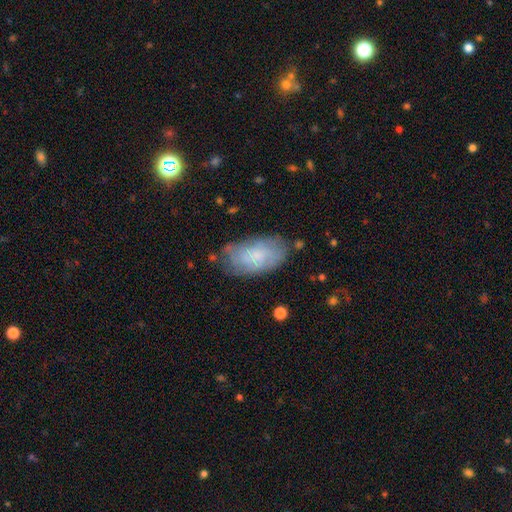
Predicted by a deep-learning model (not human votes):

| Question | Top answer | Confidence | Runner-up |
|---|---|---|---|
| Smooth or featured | smooth | 50% | featured or disk (41%) |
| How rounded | in between | 93% | round (4%) |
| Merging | none | 69% | minor disturbance (22%) |